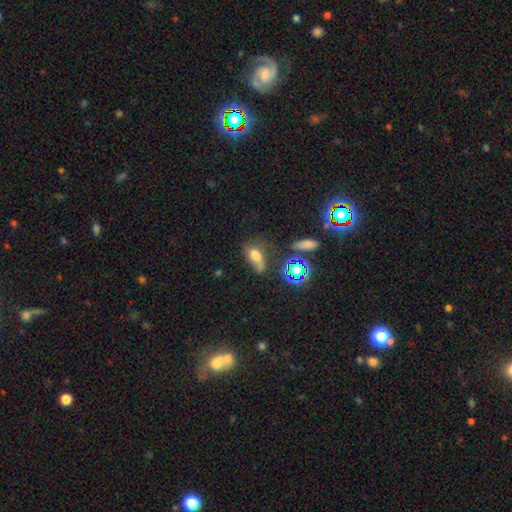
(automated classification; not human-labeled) Q: Smooth or featured?
A: smooth (60%); runner-up: star or artifact (20%)
Q: How rounded?
A: in between (76%); runner-up: round (14%)
Q: Merging?
A: none (36%); runner-up: minor disturbance (25%)